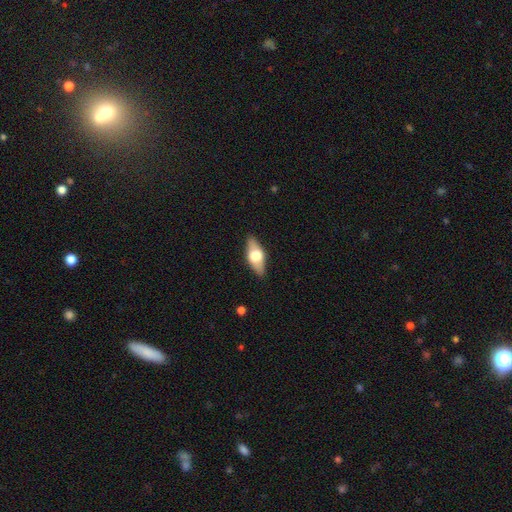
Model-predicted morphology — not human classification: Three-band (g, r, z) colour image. It shows a smooth galaxy with no disk features (50%). Merging: none (85%).